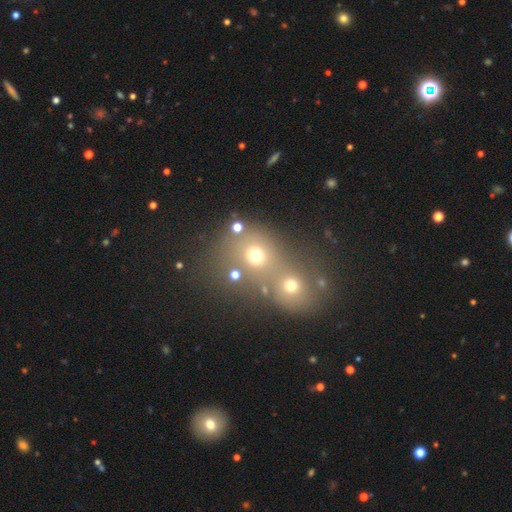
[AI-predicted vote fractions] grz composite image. It shows a smooth galaxy with no disk features (65%) that is round (74%). Merging: merger (54%).